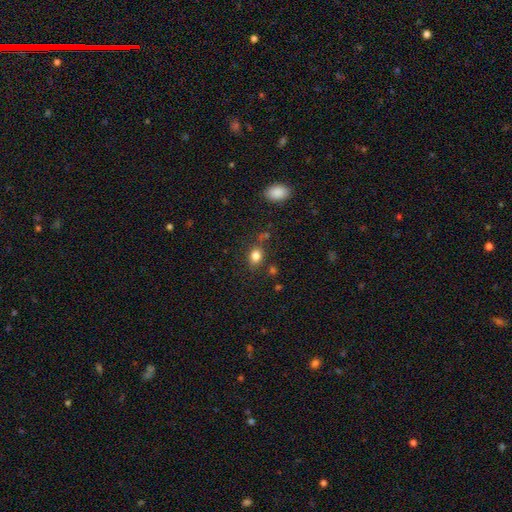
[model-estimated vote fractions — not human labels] This appears to be a smooth galaxy with no disk features (82%) that is in between round and cigar-shaped (56%). Merging: none (75%).